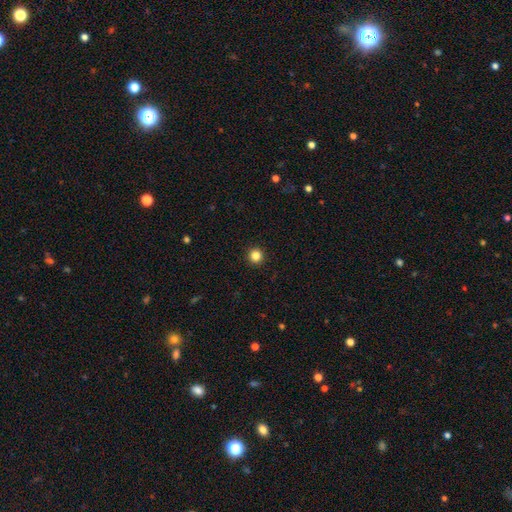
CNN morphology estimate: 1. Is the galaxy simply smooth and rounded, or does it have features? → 84% smooth, 12% star or artifact, 4% featured or disk.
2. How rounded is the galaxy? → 96% round, 3% in between, 1% cigar-shaped.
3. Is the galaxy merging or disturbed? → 94% none, 4% minor disturbance, 1% major disturbance, 1% merger.